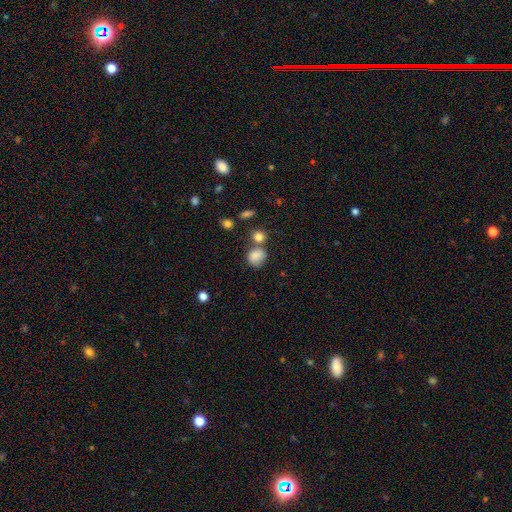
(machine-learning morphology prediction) Overall: smooth (82%). How rounded: round (74%). Merging: none (54%; merger 20%).